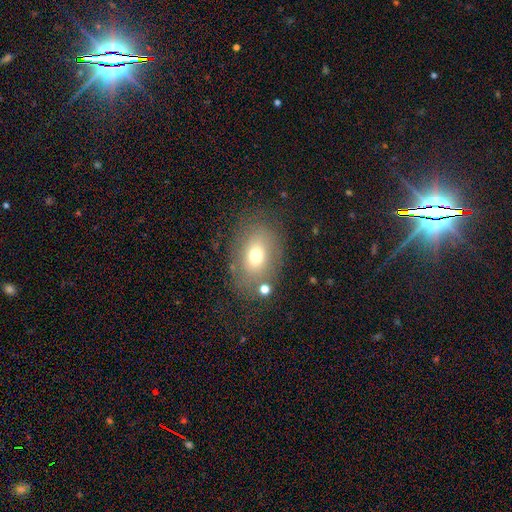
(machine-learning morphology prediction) A smooth galaxy with no disk features (67%) that is in between round and cigar-shaped (74%).

Vote fractions:
- Smooth or featured? smooth: 67% / featured or disk: 20% / star or artifact: 12%
- How rounded? in between: 74% / round: 25% / cigar-shaped: 1%
- Merging? none: 73% / minor disturbance: 15% / major disturbance: 7% / merger: 5%